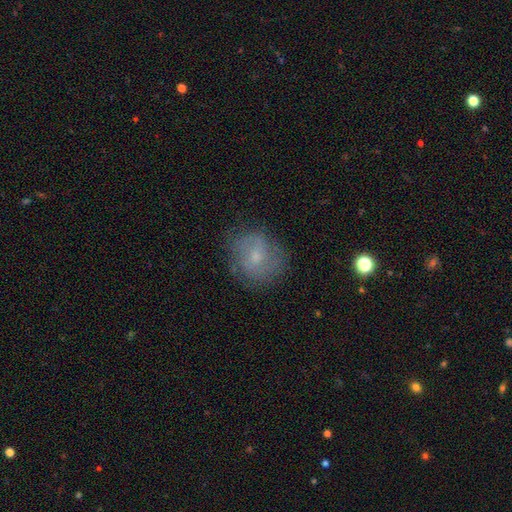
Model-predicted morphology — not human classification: Q: Smooth or featured?
A: smooth (47%); runner-up: featured or disk (43%)
Q: Merging?
A: none (70%); runner-up: minor disturbance (20%)